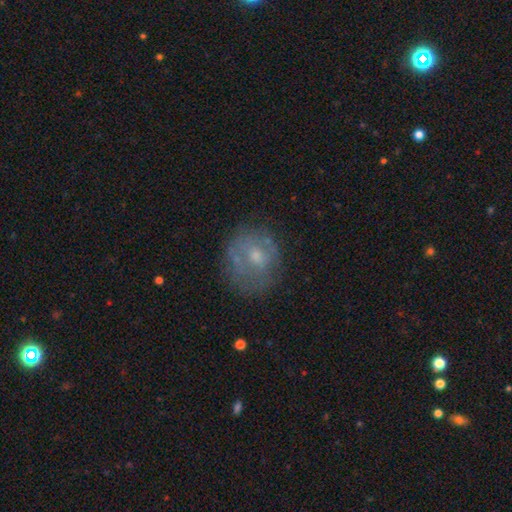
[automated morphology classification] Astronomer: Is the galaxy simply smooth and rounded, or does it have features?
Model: smooth — 48% (runner-up: featured or disk, 41%).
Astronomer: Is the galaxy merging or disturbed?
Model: none — 63%.